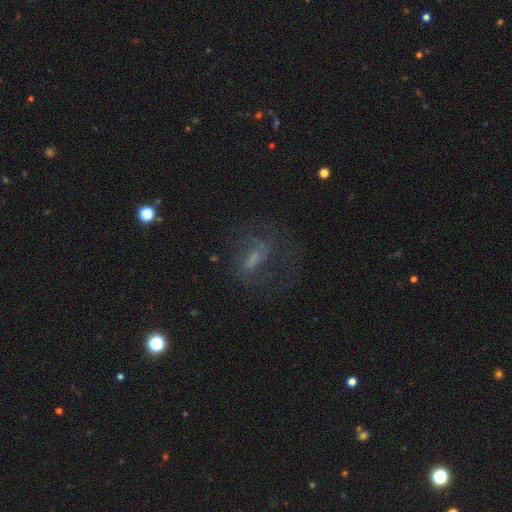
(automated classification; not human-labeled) Smooth or featured: featured or disk — 52% (smooth — 28%)
Edge-on disk: no — 91% (yes — 9%)
Merging: none — 54% (major disturbance — 26%)